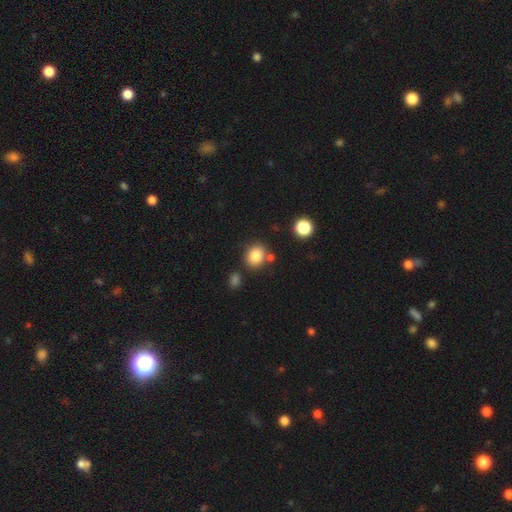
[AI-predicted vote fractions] smooth_or_featured: smooth (p=0.83) [alt: star or artifact p=0.10]
how_rounded: round (p=0.70) [alt: in between p=0.29]
merging: none (p=0.74) [alt: merger p=0.12]